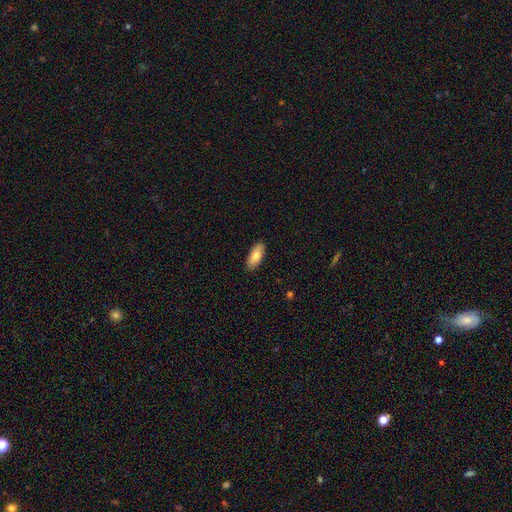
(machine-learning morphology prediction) This is clearly a smooth galaxy (84%). How rounded: clearly in between (83%). Merging: clearly none (88%).